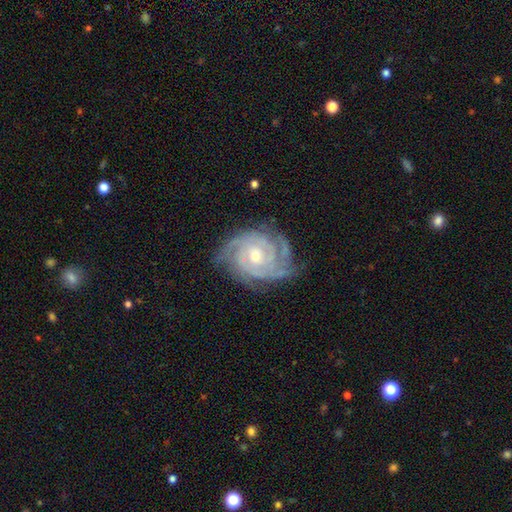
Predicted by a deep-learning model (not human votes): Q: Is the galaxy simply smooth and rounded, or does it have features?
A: featured or disk — 90%.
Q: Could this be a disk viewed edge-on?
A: no — 97%.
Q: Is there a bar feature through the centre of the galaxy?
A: no — 71%.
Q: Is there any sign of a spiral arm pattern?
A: yes — 98%.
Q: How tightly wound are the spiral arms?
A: tight — 76%.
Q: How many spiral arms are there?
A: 3 — 29%.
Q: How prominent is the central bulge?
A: small — 54%.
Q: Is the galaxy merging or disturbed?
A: none — 74%.